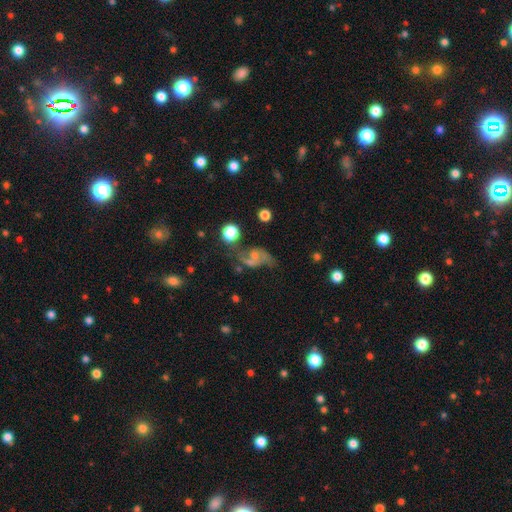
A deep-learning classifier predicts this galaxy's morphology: This appears to be a featured or disk galaxy (56%) with no bar (67%), spiral arms (75%) and a small central bulge (47%). Merging: none (42%).